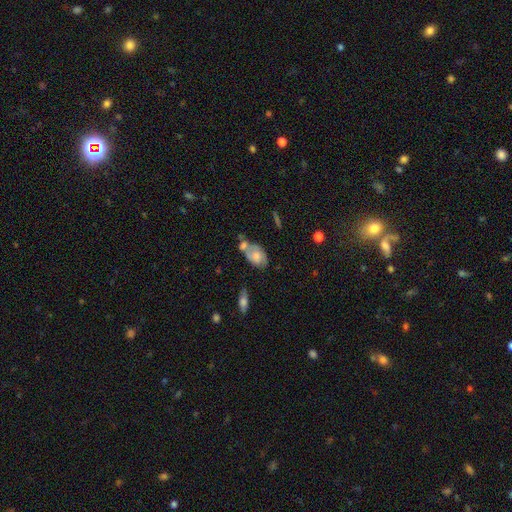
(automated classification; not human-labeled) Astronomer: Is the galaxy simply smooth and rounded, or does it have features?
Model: smooth — 56% (runner-up: featured or disk, 36%).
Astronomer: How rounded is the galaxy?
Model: in between — 87%.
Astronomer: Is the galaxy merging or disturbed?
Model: merger — 38% (runner-up: none, 34%).